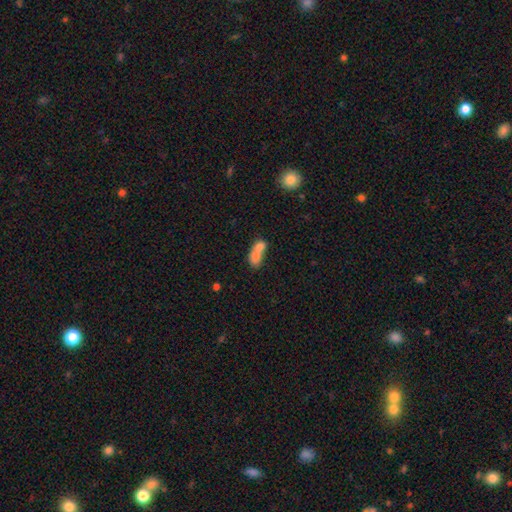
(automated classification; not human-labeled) Q: Smooth or featured?
A: smooth (72%); runner-up: featured or disk (19%)
Q: How rounded?
A: in between (72%); runner-up: round (23%)
Q: Merging?
A: merger (73%); runner-up: none (16%)